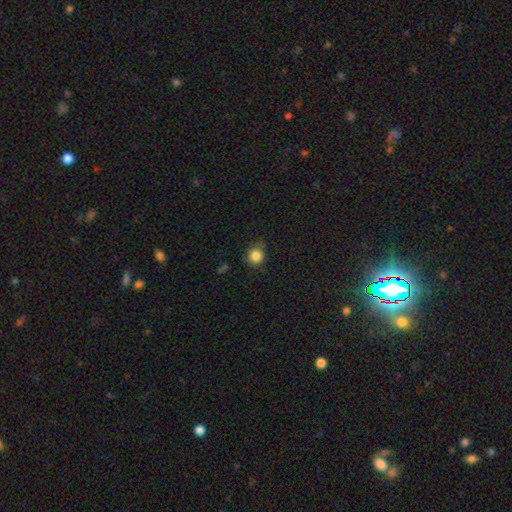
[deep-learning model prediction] The model was most divided on "merging": none: 73%, minor disturbance: 21%, major disturbance: 4%, merger: 2%. More confident: how rounded — round (85%); smooth or featured — smooth (84%).